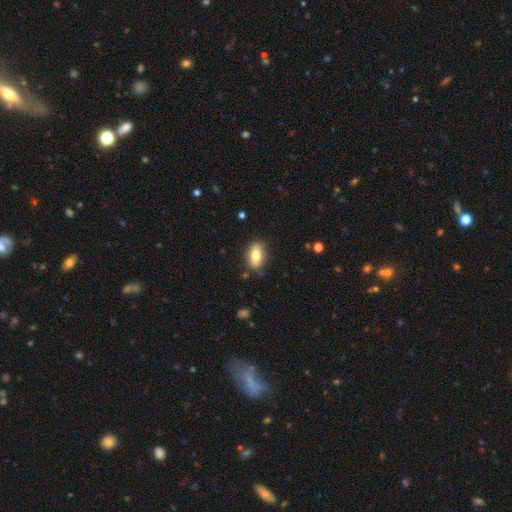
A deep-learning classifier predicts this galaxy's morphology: Smooth or featured? Predicted: smooth (p=0.73). How rounded? Predicted: in between (p=0.85). Merging? Predicted: none (p=0.84).